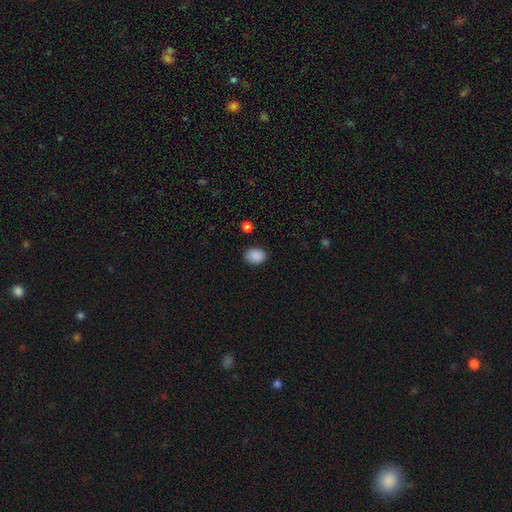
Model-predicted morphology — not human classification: Smooth or featured? smooth (89%)
How rounded? in between (68%)
Merging? none (86%)